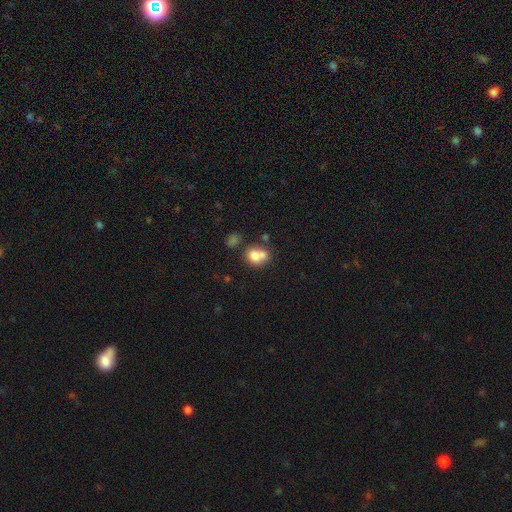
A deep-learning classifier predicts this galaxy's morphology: Smooth or featured? Predicted: smooth (p=0.73). How rounded? Predicted: round (p=0.58). Merging? Predicted: merger (p=0.54).